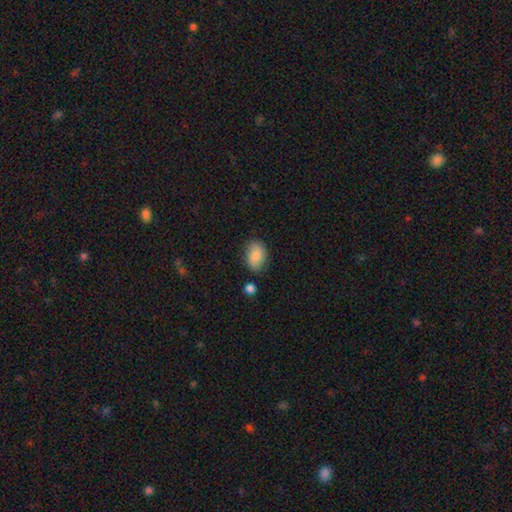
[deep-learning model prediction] Q: Smooth or featured?
A: smooth (81%); runner-up: featured or disk (11%)
Q: How rounded?
A: in between (84%); runner-up: round (14%)
Q: Merging?
A: none (77%); runner-up: minor disturbance (16%)